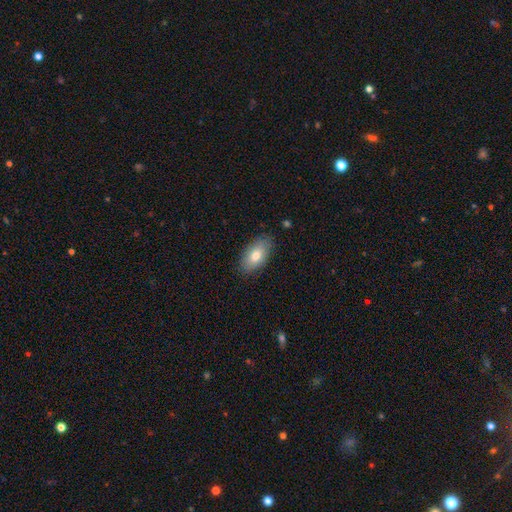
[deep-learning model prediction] Smooth or featured?
  - smooth: 78% *
  - featured or disk: 16%
  - star or artifact: 7%
How rounded?
  - in between: 92% *
  - round: 4%
  - cigar-shaped: 3%
Merging?
  - none: 84% *
  - minor disturbance: 13%
  - major disturbance: 3%
  - merger: 1%